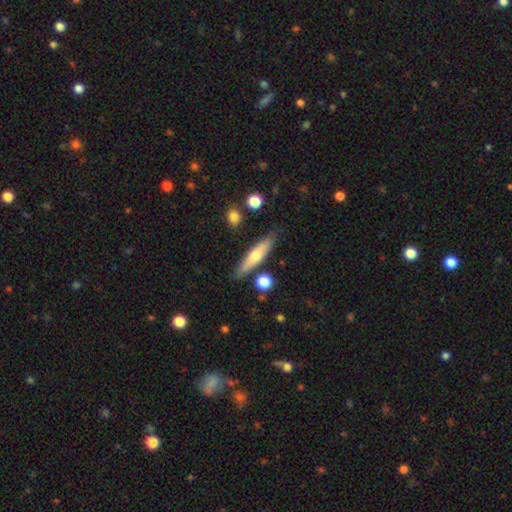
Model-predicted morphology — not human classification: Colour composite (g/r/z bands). It shows a smooth galaxy with no disk features (56%) that is cigar-shaped (81%). Merging: none (82%).